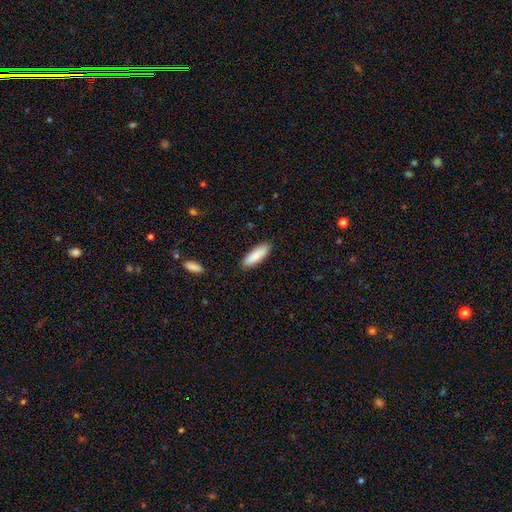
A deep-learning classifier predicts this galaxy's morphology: Smooth or featured? smooth (88%)
How rounded? in between (50%)
Merging? none (88%)